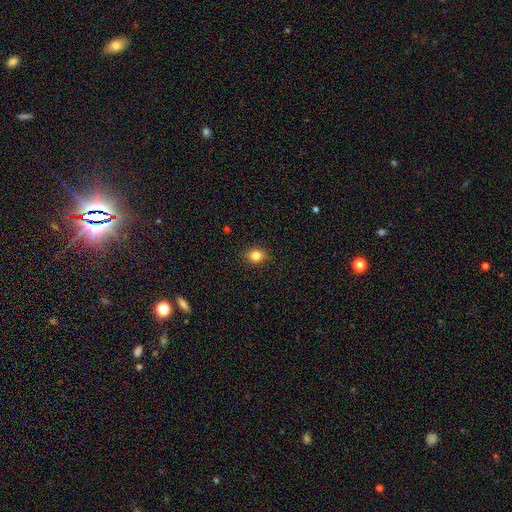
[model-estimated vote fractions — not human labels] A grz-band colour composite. It shows a smooth galaxy with no disk features (82%) that is round (66%). Merging: none (86%).